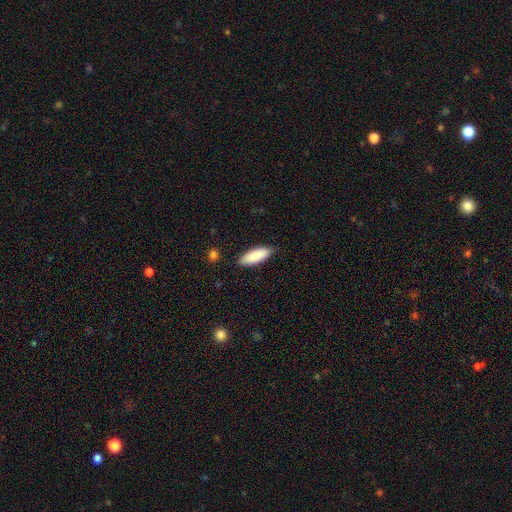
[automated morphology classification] A smooth galaxy with no disk features (89%) that is in between round and cigar-shaped (70%).

Vote fractions:
- Smooth or featured? smooth: 89% / featured or disk: 6% / star or artifact: 6%
- How rounded? in between: 70% / cigar-shaped: 28% / round: 2%
- Merging? none: 85% / minor disturbance: 12% / major disturbance: 2% / merger: 1%